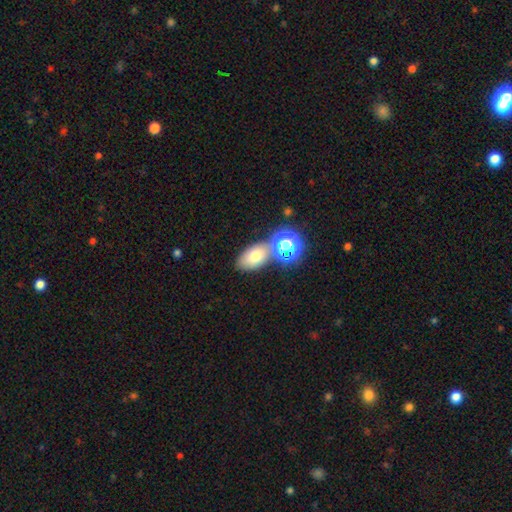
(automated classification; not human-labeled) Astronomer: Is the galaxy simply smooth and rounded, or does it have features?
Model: smooth — 69%.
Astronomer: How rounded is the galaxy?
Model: in between — 82%.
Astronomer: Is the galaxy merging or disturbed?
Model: none — 62%.